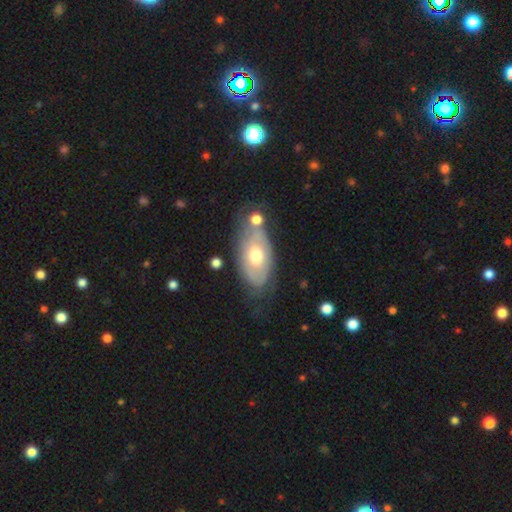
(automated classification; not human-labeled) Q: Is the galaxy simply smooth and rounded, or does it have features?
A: featured or disk — 56%.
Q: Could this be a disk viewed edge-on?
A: no — 88%.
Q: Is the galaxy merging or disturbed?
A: none — 57%.